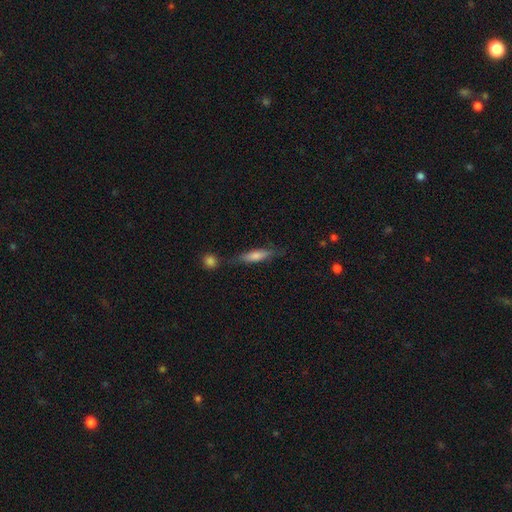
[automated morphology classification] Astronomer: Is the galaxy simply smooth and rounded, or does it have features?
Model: smooth — 58% (runner-up: featured or disk, 34%).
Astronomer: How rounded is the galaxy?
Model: cigar-shaped — 75%.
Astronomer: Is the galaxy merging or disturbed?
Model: none — 73%.